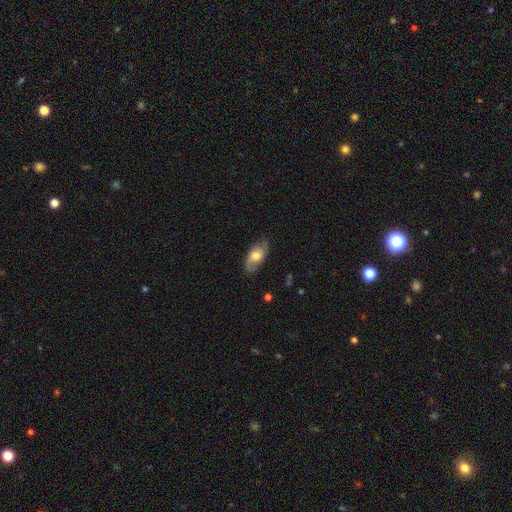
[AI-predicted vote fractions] This is possibly a featured or disk galaxy (50%). It is clearly not viewed edge-on (88%). Merging: likely none (75%).